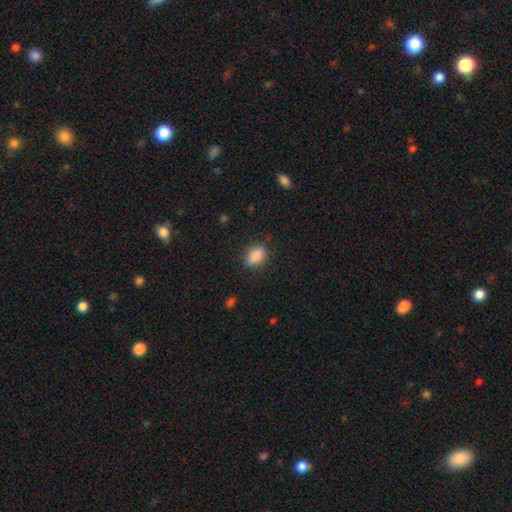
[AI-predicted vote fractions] A smooth galaxy with no disk features (87%) that is in between round and cigar-shaped (82%). Merging: none (85%).